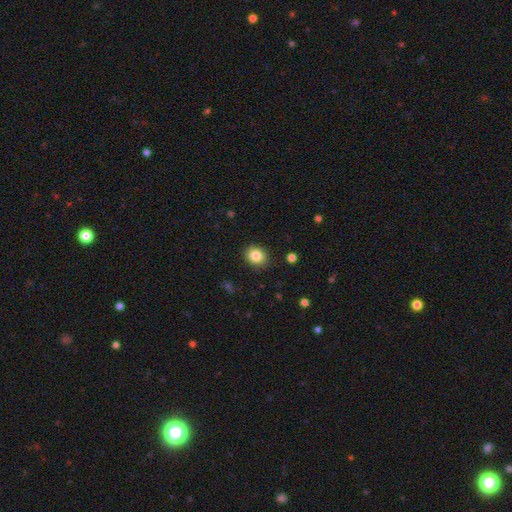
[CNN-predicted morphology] Smooth or featured? Predicted: smooth (p=0.84). How rounded? Predicted: round (p=0.62). Merging? Predicted: none (p=0.89).